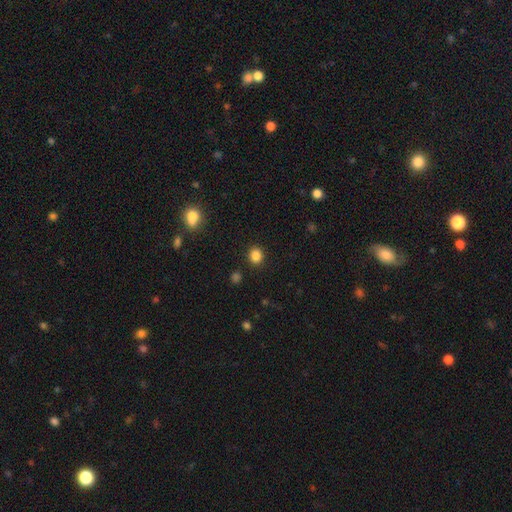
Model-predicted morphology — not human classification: smooth-or-featured: smooth: 85% | star or artifact: 11% | featured or disk: 4%
  how-rounded: round: 75% | in between: 24% | cigar-shaped: 1%
  merging: none: 89% | minor disturbance: 7% | major disturbance: 2% | merger: 2%